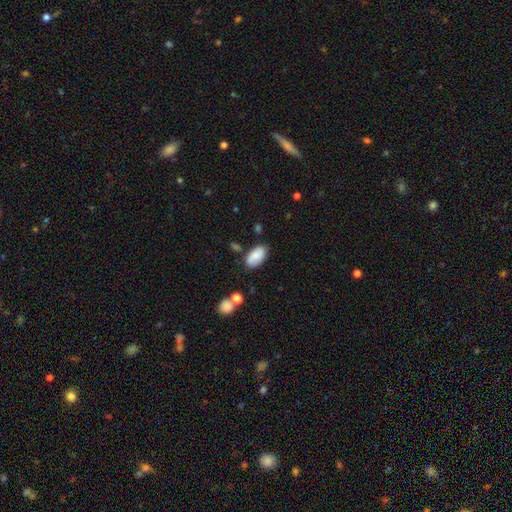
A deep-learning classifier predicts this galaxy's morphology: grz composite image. It shows a smooth galaxy with no disk features (77%) that is in between round and cigar-shaped (94%). Merging: none (67%).